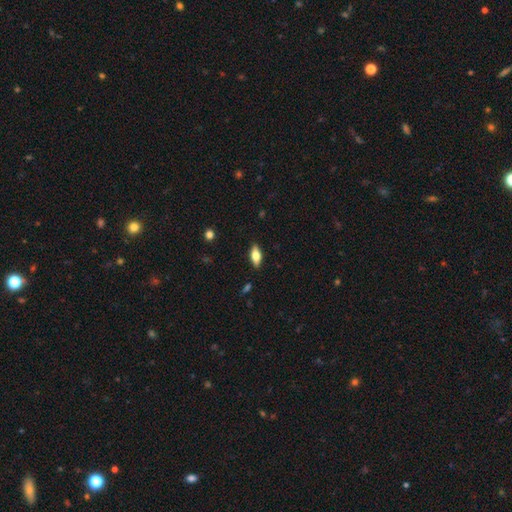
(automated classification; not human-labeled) smooth_or_featured: smooth (p=0.65) [alt: featured or disk p=0.28]
how_rounded: in between (p=0.80) [alt: cigar-shaped p=0.17]
merging: none (p=0.88) [alt: minor disturbance p=0.09]